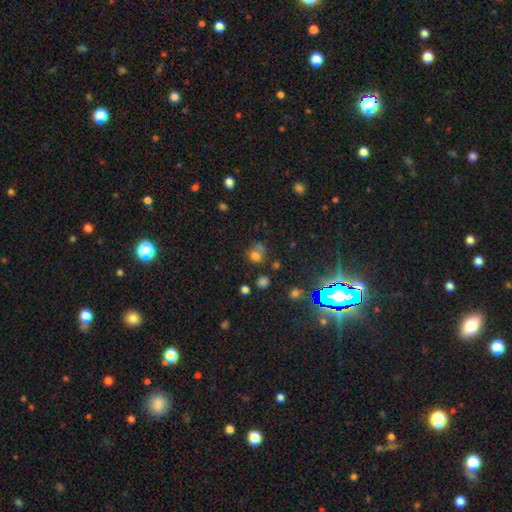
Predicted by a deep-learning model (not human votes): A smooth galaxy with no disk features (69%) that is round (76%). Merging: none (52%).